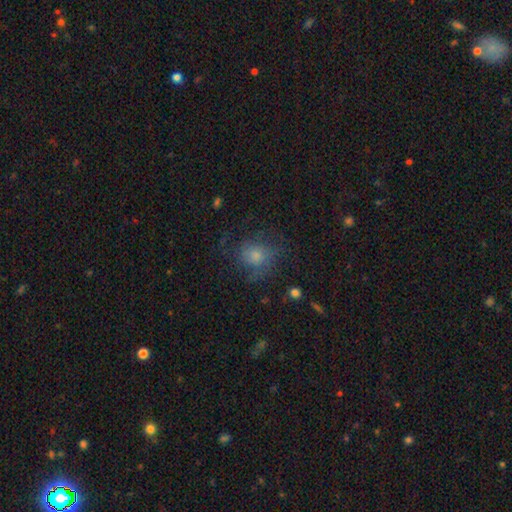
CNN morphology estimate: Smooth or featured: smooth — 66% (featured or disk — 22%)
How rounded: round — 74% (in between — 25%)
Merging: none — 56% (minor disturbance — 22%)